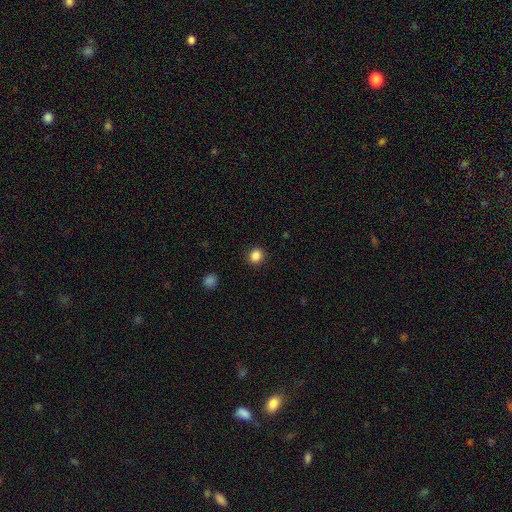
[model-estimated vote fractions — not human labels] Q: Smooth or featured?
A: smooth (86%); runner-up: star or artifact (11%)
Q: How rounded?
A: round (81%); runner-up: in between (18%)
Q: Merging?
A: none (91%); runner-up: minor disturbance (6%)